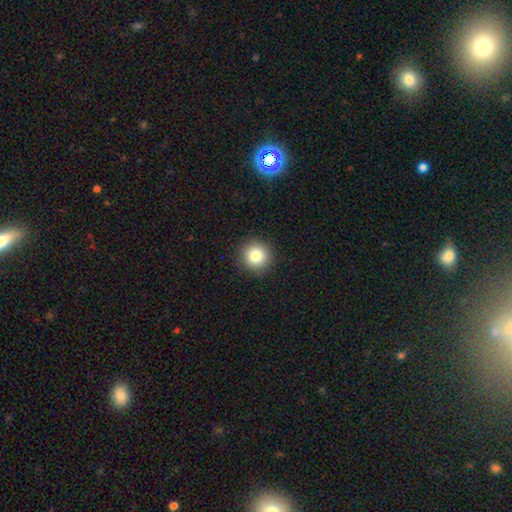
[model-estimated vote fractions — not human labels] smooth_or_featured: smooth (p=0.82) [alt: star or artifact p=0.11]
how_rounded: round (p=0.94) [alt: in between p=0.05]
merging: none (p=0.92) [alt: minor disturbance p=0.05]